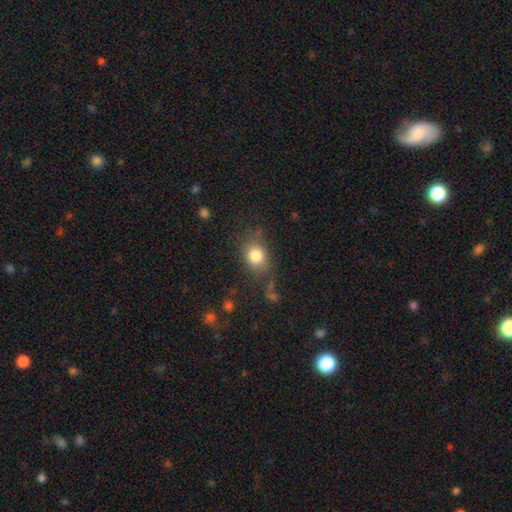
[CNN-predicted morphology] Overall: smooth (80%). How rounded: in between (54%; round 44%). Merging: none (65%).